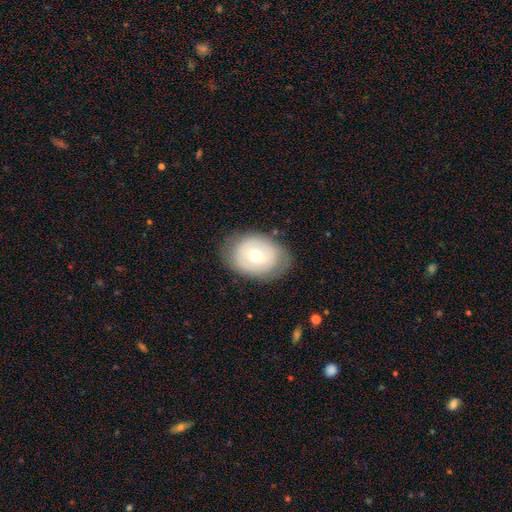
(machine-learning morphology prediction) The model was most divided on "smooth or featured": smooth: 48%, featured or disk: 45%, star or artifact: 7%. More confident: merging — none (76%).